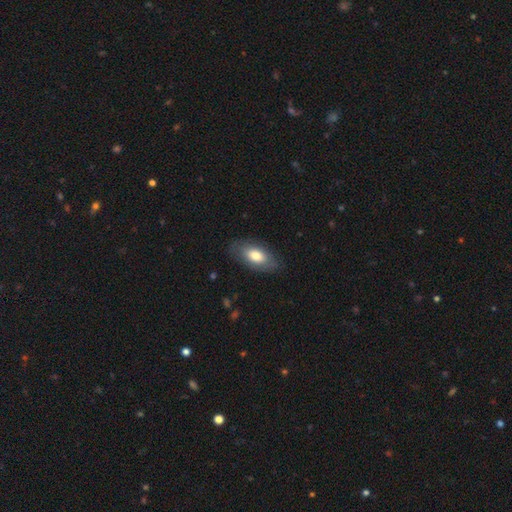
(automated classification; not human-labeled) A smooth galaxy with no disk features (71%) that is in between round and cigar-shaped (91%).

Vote fractions:
- Smooth or featured? smooth: 71% / featured or disk: 23% / star or artifact: 6%
- How rounded? in between: 91% / cigar-shaped: 5% / round: 4%
- Merging? none: 81% / minor disturbance: 14% / major disturbance: 4% / merger: 1%